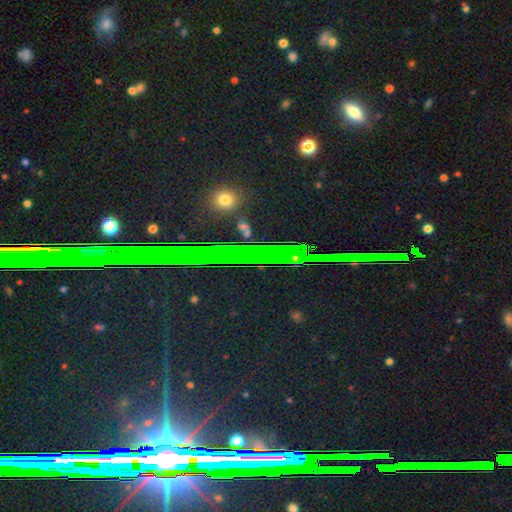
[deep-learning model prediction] Smooth or featured? star or artifact (83%)